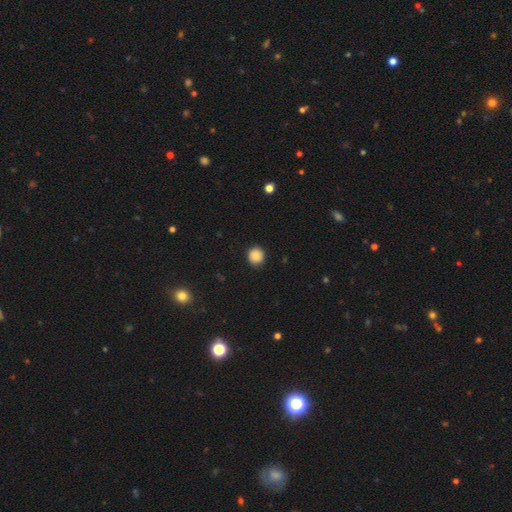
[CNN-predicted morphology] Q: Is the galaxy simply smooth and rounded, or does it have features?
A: smooth — 86%.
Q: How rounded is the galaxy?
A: round — 93%.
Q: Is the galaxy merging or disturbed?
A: none — 90%.